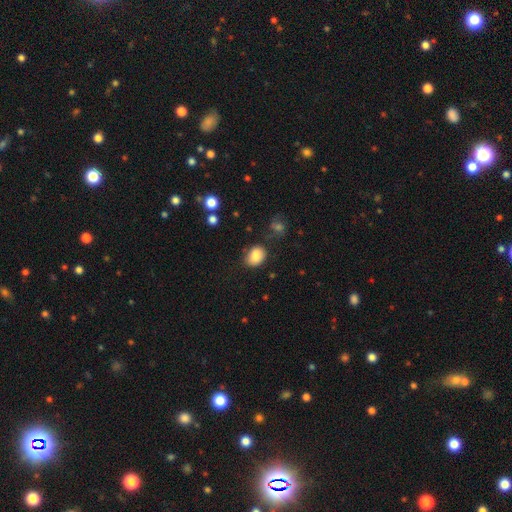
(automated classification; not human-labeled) smooth_or_featured: smooth (p=0.84) [alt: star or artifact p=0.09]
how_rounded: in between (p=0.62) [alt: round p=0.37]
merging: none (p=0.69) [alt: minor disturbance p=0.21]